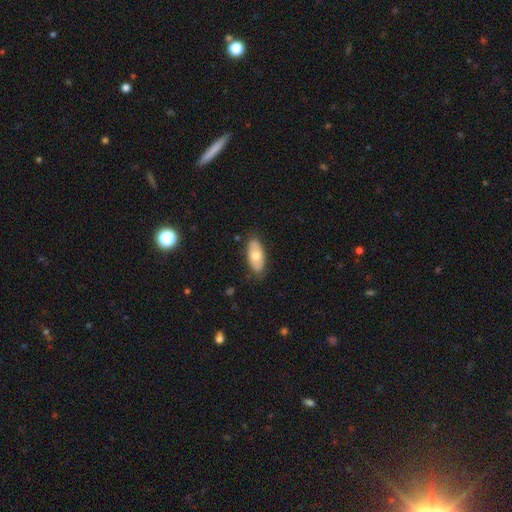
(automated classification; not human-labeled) A smooth galaxy with no disk features (62%) that is in between round and cigar-shaped (91%). Merging: none (81%).